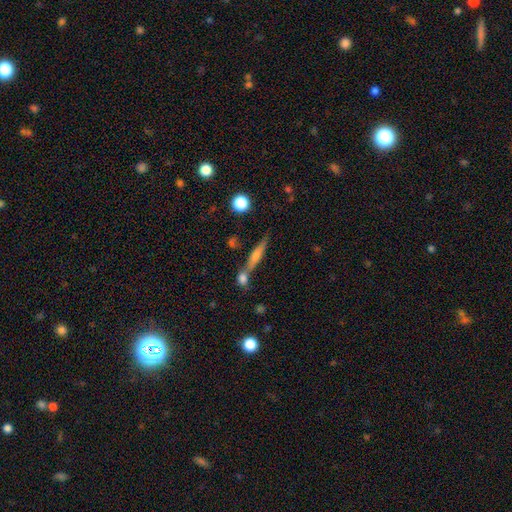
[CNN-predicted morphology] Smooth or featured? Predicted: featured or disk (p=0.57). Edge-on disk? Predicted: yes (p=0.94). Edge-on bulge? Predicted: rounded (p=0.74). Merging? Predicted: none (p=0.65).